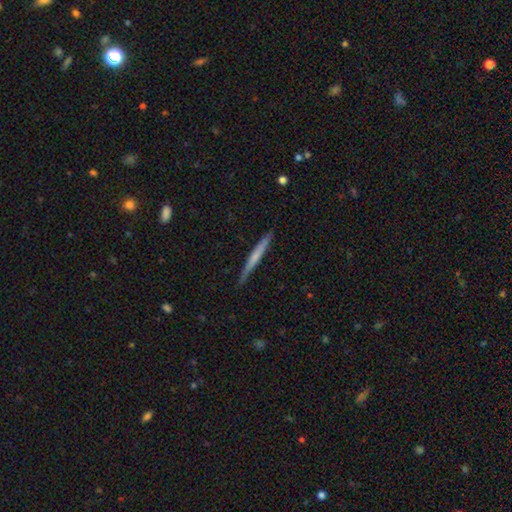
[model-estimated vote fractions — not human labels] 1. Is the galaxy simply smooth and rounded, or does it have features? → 52% smooth, 43% featured or disk, 5% star or artifact.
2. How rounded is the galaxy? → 97% cigar-shaped, 2% in between, 1% round.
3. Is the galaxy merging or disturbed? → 87% none, 10% minor disturbance, 2% major disturbance, 1% merger.